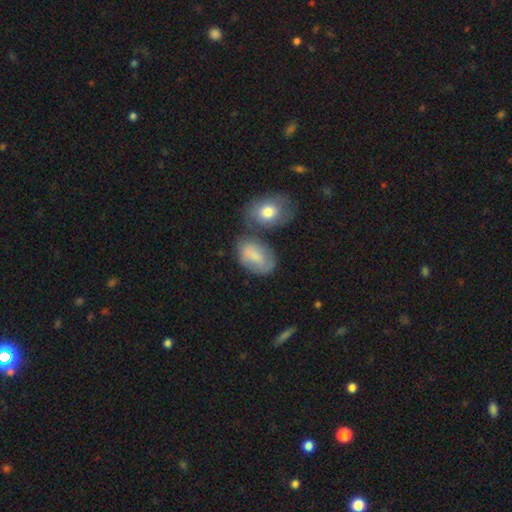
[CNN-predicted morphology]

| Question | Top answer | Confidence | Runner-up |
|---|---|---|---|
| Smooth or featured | smooth | 69% | featured or disk (23%) |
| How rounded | in between | 89% | round (10%) |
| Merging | none | 46% | minor disturbance (23%) |